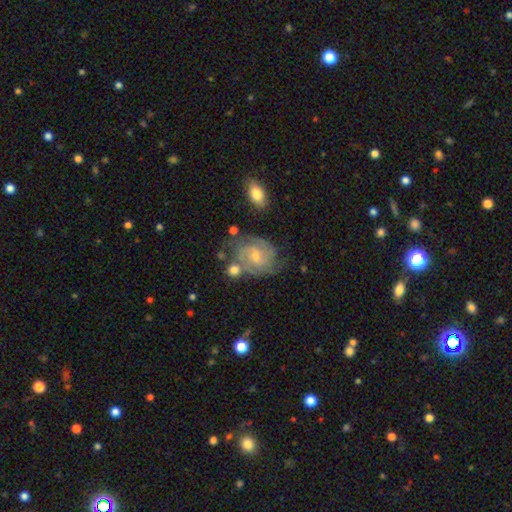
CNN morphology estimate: This is likely a featured or disk galaxy (77%). It is clearly not viewed edge-on (97%). Bar: possibly no (50%). Spiral arm pattern: clearly yes (92%). Spiral arm count: marginally 2 (32%). Spiral winding: possibly tight (54%). Central bulge: possibly small (58%). Merging: likely none (62%).